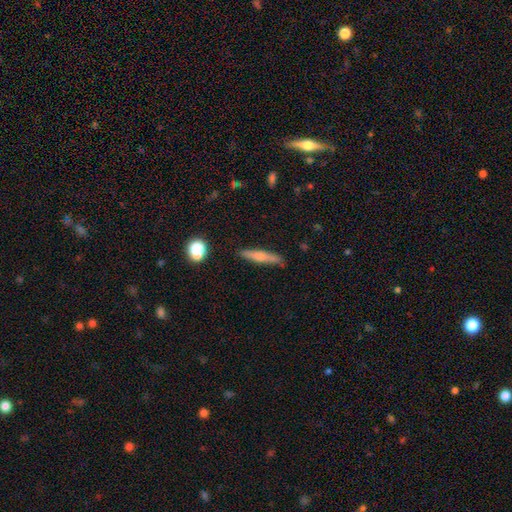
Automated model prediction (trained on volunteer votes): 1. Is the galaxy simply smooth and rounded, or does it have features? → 51% smooth, 40% featured or disk, 8% star or artifact.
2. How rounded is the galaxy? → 90% cigar-shaped, 8% in between, 2% round.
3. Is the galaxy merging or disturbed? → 87% none, 9% minor disturbance, 2% major disturbance, 1% merger.